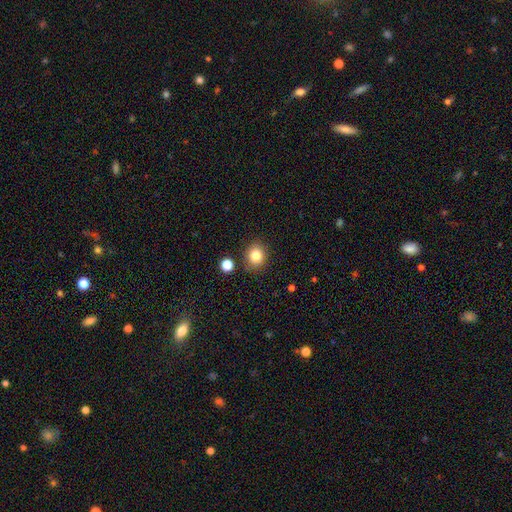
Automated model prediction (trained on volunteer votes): A smooth galaxy with no disk features (82%) that is round (78%).

Vote fractions:
- Smooth or featured? smooth: 82% / star or artifact: 12% / featured or disk: 7%
- How rounded? round: 78% / in between: 21% / cigar-shaped: 1%
- Merging? none: 83% / minor disturbance: 10% / merger: 5% / major disturbance: 3%